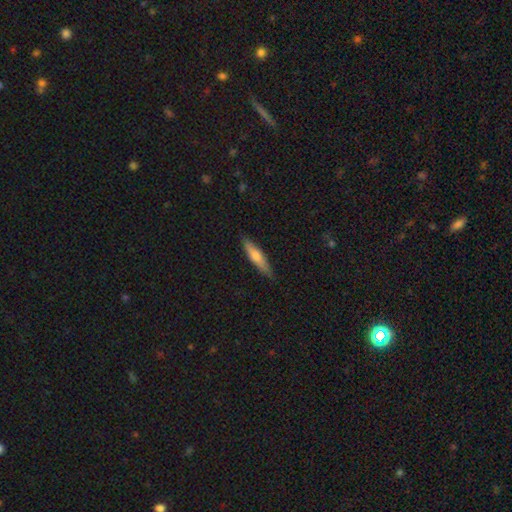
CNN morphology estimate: This appears to be a smooth galaxy with no disk features (54%) that is cigar-shaped (80%). Merging: none (85%).